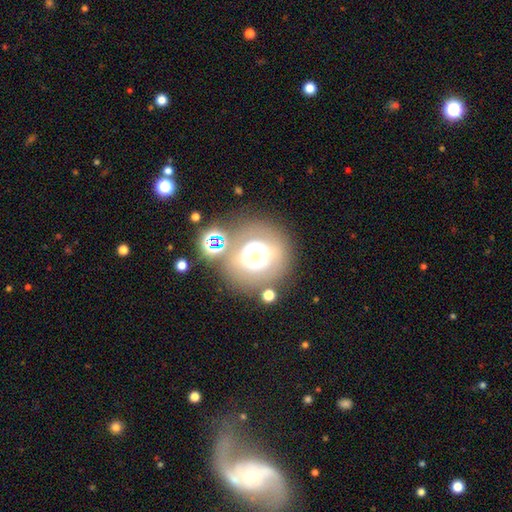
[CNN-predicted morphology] A featured or disk galaxy (49%).

Vote fractions:
- Smooth or featured? featured or disk: 49% / smooth: 38% / star or artifact: 13%
- Merging? none: 65% / minor disturbance: 15% / major disturbance: 12% / merger: 8%